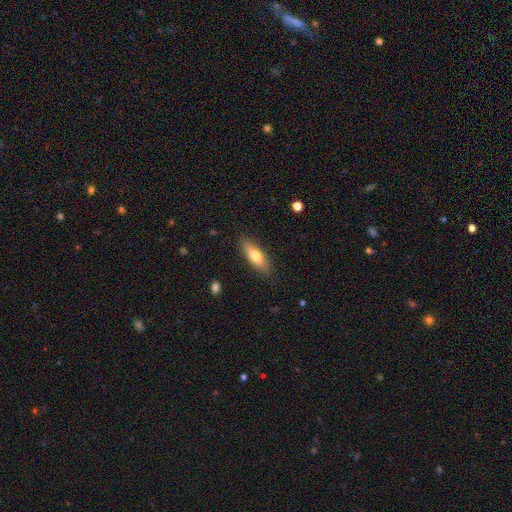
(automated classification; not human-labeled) smooth_or_featured: smooth (p=0.66) [alt: featured or disk p=0.27]
how_rounded: in between (p=0.55) [alt: cigar-shaped p=0.42]
merging: none (p=0.85) [alt: minor disturbance p=0.11]